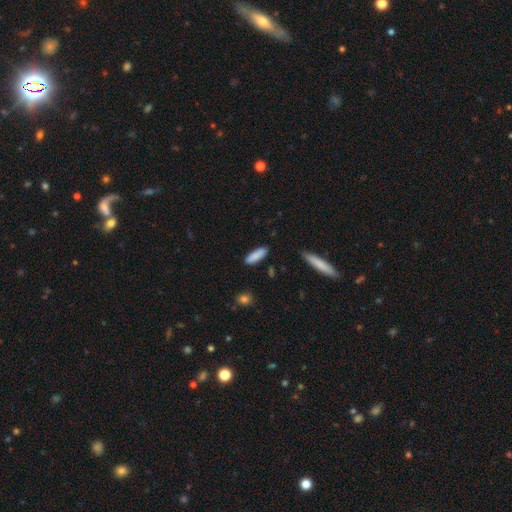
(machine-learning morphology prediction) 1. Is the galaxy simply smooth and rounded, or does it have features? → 85% smooth, 8% featured or disk, 6% star or artifact.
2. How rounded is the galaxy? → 50% cigar-shaped, 48% in between, 2% round.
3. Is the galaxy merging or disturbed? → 85% none, 11% minor disturbance, 2% major disturbance, 2% merger.